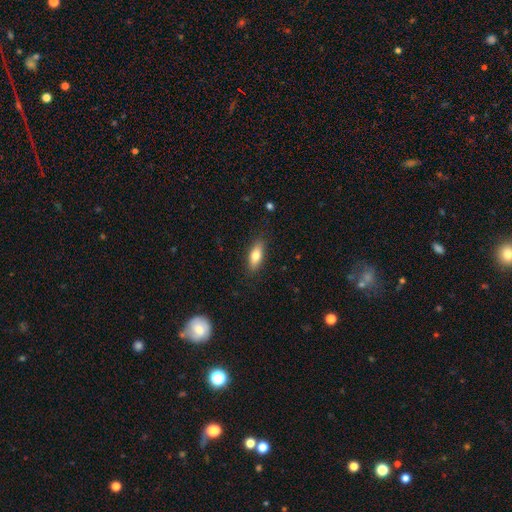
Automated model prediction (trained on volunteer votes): Smooth or featured?
  - smooth: 75% *
  - featured or disk: 18%
  - star or artifact: 7%
How rounded?
  - in between: 68% *
  - cigar-shaped: 29%
  - round: 3%
Merging?
  - none: 87% *
  - minor disturbance: 10%
  - major disturbance: 2%
  - merger: 1%